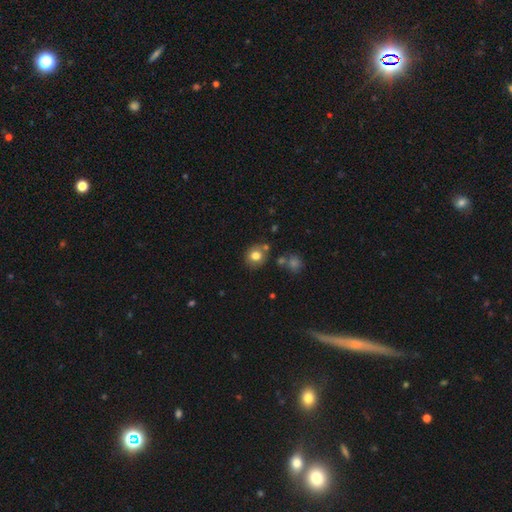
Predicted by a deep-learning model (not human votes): Overall: smooth (78%). How rounded: round (77%). Merging: none (73%).